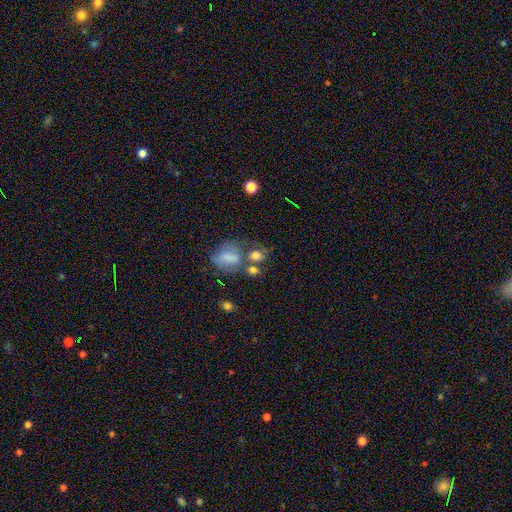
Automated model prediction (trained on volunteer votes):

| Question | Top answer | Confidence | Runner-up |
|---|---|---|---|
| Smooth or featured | smooth | 64% | featured or disk (21%) |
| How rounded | in between | 51% | round (47%) |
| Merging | none | 38% | merger (33%) |